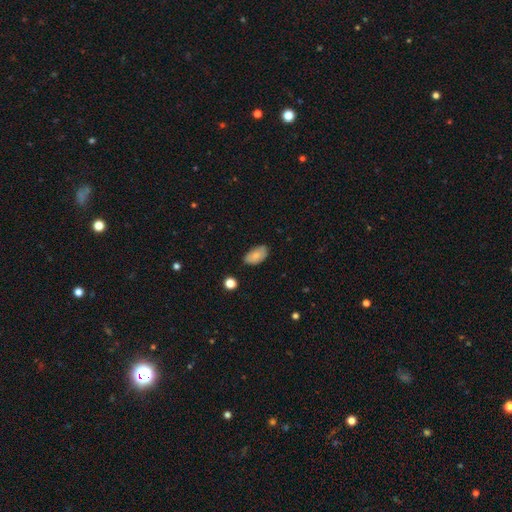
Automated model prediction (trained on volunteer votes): Smooth or featured: smooth — 75% (featured or disk — 18%)
How rounded: in between — 92% (round — 6%)
Merging: none — 74% (minor disturbance — 21%)